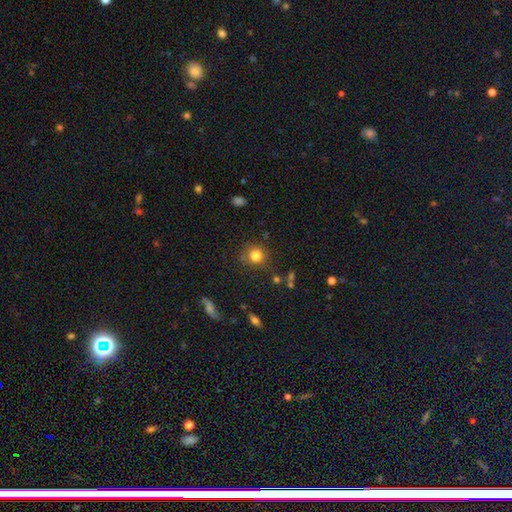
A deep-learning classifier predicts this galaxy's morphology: Smooth or featured: smooth — 82% (star or artifact — 12%)
How rounded: round — 89% (in between — 10%)
Merging: none — 80% (minor disturbance — 12%)